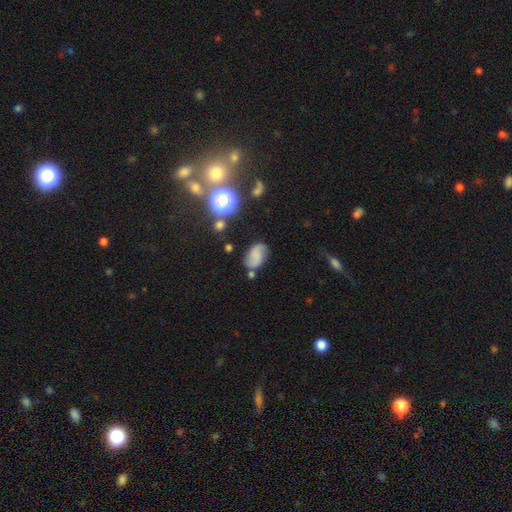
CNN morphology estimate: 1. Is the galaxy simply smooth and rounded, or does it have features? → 54% smooth, 32% featured or disk, 14% star or artifact.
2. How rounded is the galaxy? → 86% in between, 13% round, 2% cigar-shaped.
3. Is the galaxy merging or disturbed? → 66% none, 21% minor disturbance, 7% major disturbance, 6% merger.